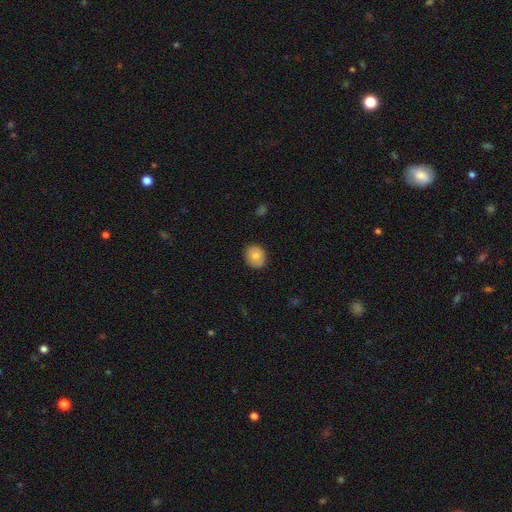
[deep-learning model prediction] The model was most divided on "how rounded": round: 73%, in between: 26%, cigar-shaped: 1%. More confident: merging — none (86%); smooth or featured — smooth (77%).